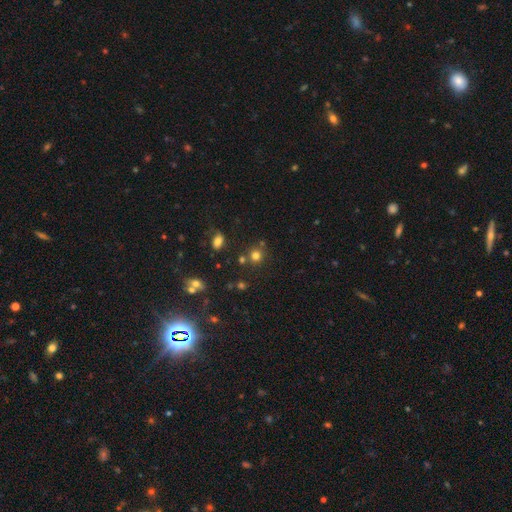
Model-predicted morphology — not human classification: This is likely a smooth galaxy (74%). How rounded: clearly round (89%). Merging: likely none (75%).